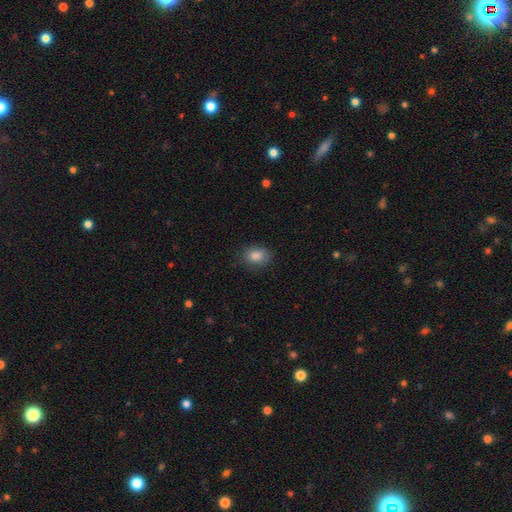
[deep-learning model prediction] smooth_or_featured: smooth (p=0.85) [alt: star or artifact p=0.09]
how_rounded: in between (p=0.78) [alt: round p=0.20]
merging: none (p=0.83) [alt: minor disturbance p=0.13]